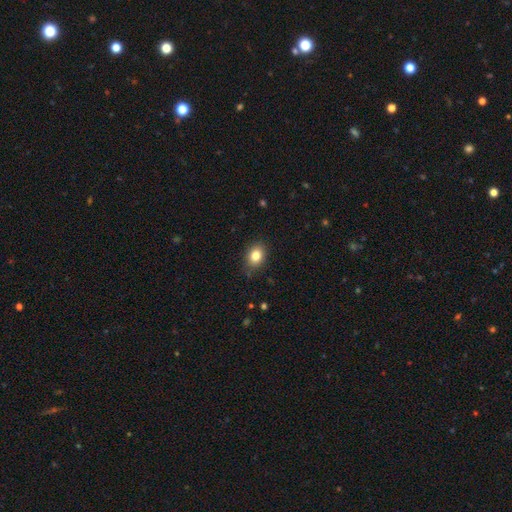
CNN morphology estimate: Smooth or featured? Predicted: smooth (p=0.82). How rounded? Predicted: in between (p=0.64). Merging? Predicted: none (p=0.84).